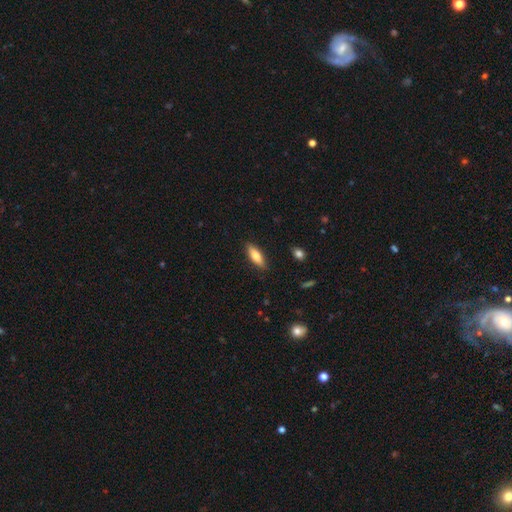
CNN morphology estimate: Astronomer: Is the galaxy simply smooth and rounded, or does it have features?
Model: smooth — 76%.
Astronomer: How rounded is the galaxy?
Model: in between — 57% (runner-up: cigar-shaped, 41%).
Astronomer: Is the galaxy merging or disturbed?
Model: none — 87%.